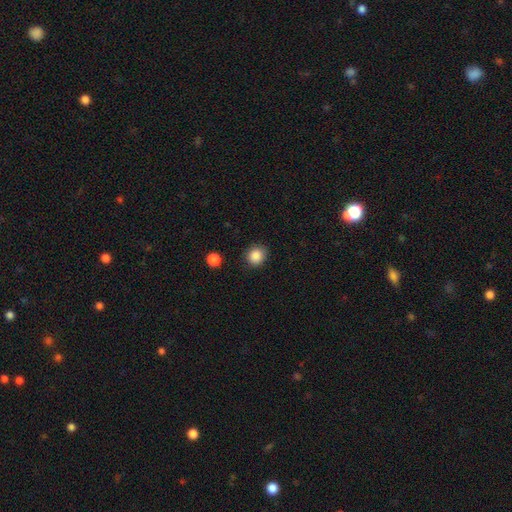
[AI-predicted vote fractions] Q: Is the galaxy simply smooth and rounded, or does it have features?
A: smooth — 87%.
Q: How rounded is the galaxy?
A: round — 84%.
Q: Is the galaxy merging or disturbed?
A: none — 85%.